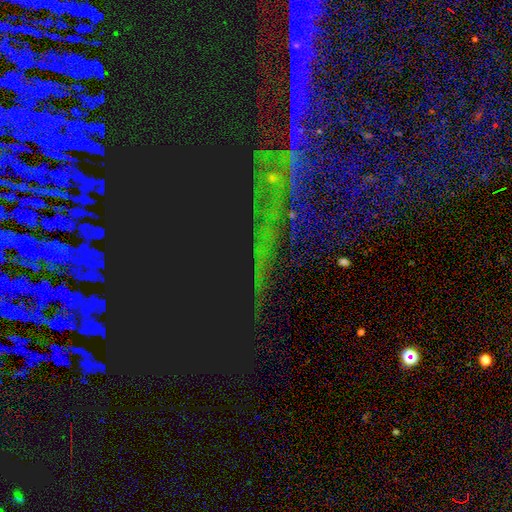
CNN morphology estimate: smooth_or_featured: star or artifact (p=0.84) [alt: featured or disk p=0.09]